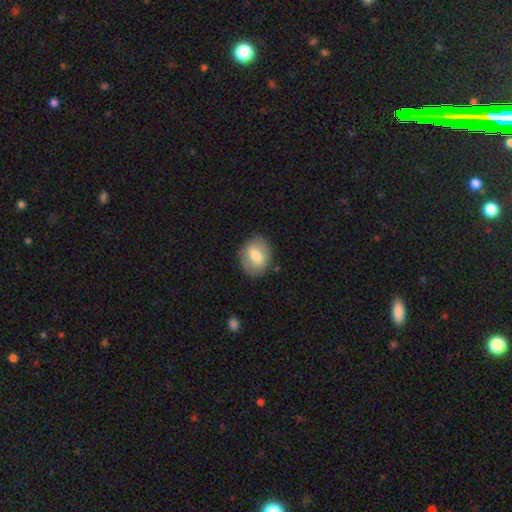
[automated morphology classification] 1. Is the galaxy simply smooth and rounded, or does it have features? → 72% smooth, 21% featured or disk, 7% star or artifact.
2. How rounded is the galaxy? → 51% in between, 48% round, 1% cigar-shaped.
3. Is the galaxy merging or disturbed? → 83% none, 12% minor disturbance, 3% major disturbance, 1% merger.